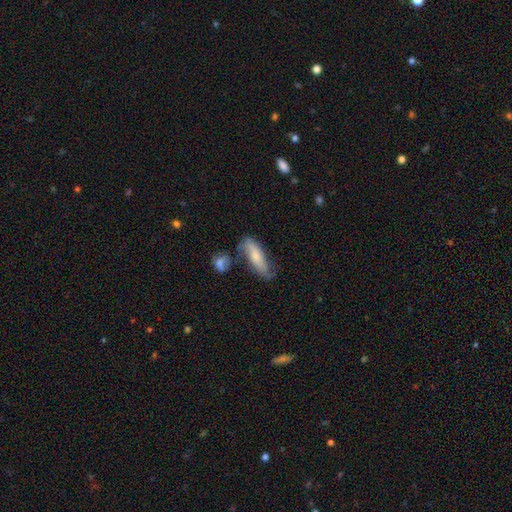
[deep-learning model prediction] smooth-or-featured: smooth: 53% | featured or disk: 40% | star or artifact: 7%
  how-rounded: cigar-shaped: 49% | in between: 48% | round: 3%
  merging: none: 52% | minor disturbance: 26% | merger: 12% | major disturbance: 11%